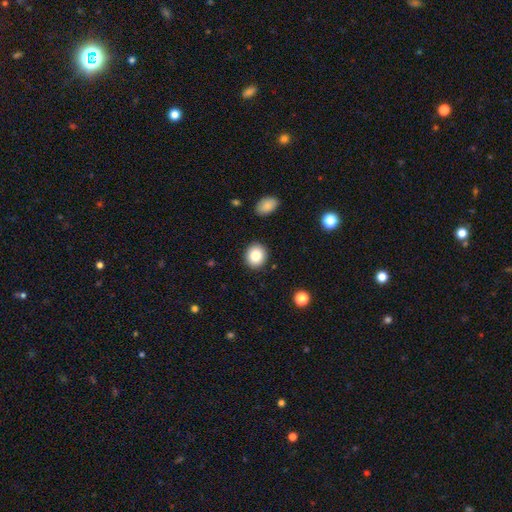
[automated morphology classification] Smooth or featured? smooth (86%)
How rounded? round (77%)
Merging? none (89%)